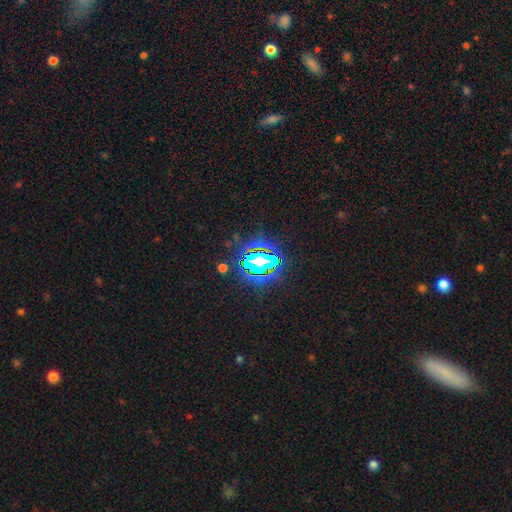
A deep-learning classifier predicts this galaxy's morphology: star or artifact 79%, smooth 13%, featured or disk 8%.